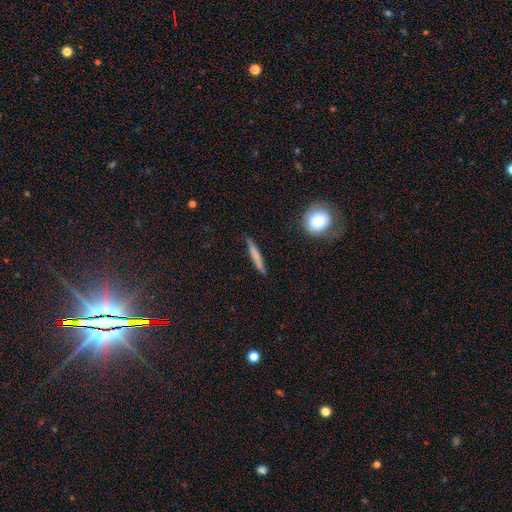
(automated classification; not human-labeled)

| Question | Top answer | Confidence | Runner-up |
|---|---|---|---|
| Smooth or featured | smooth | 68% | featured or disk (26%) |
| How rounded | cigar-shaped | 94% | in between (4%) |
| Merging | none | 86% | minor disturbance (11%) |